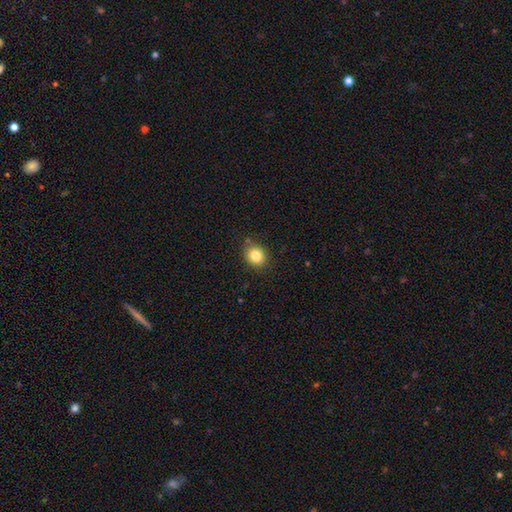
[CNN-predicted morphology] smooth-or-featured: smooth: 83% | star or artifact: 10% | featured or disk: 7%
  how-rounded: round: 67% | in between: 32% | cigar-shaped: 1%
  merging: none: 85% | minor disturbance: 10% | major disturbance: 2% | merger: 2%